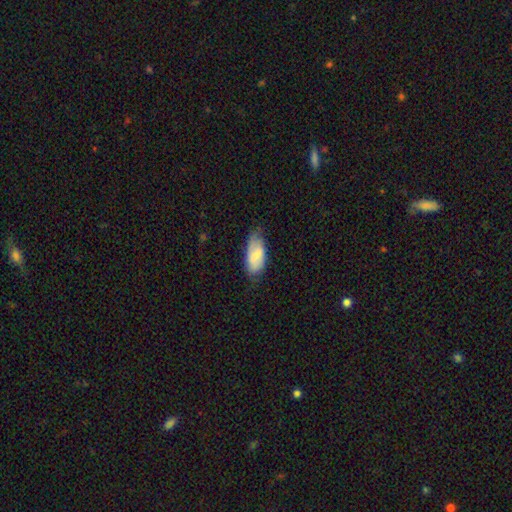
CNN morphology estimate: A smooth galaxy with no disk features (72%) that is in between round and cigar-shaped (91%). Merging: none (58%).